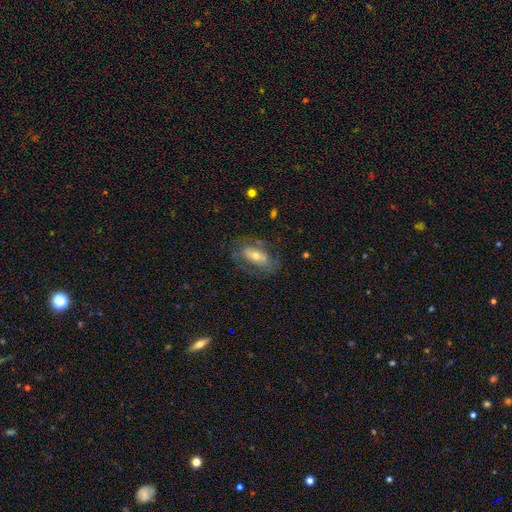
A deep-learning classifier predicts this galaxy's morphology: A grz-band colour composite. It shows a featured or disk galaxy (51%). Merging: none (63%).